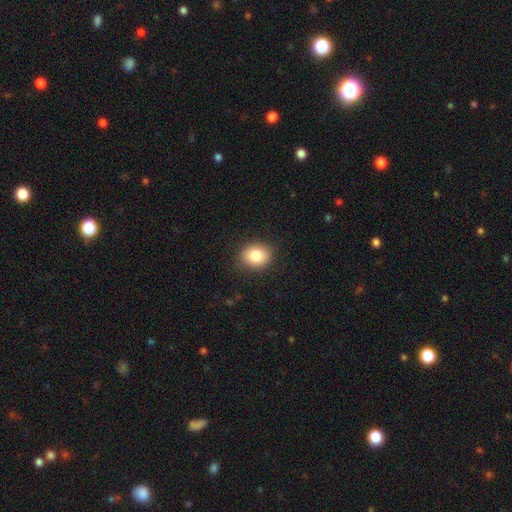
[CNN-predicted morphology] smooth 83%, star or artifact 9%, featured or disk 8%. Down the decision tree: how rounded — round (57%); merging — none (86%).